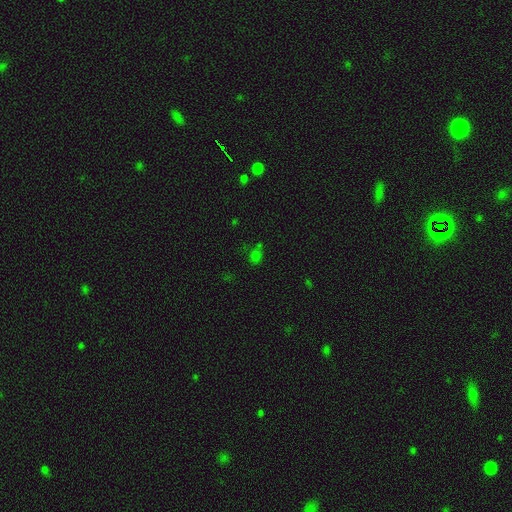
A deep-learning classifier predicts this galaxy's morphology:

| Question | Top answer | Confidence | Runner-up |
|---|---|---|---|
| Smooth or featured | smooth | 60% | star or artifact (33%) |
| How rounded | round | 60% | in between (38%) |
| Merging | none | 59% | merger (18%) |